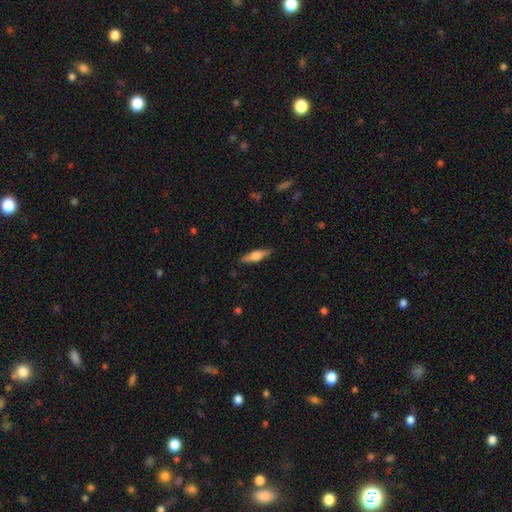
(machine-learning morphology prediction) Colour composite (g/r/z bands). It shows a smooth galaxy with no disk features (48%). Merging: none (87%).